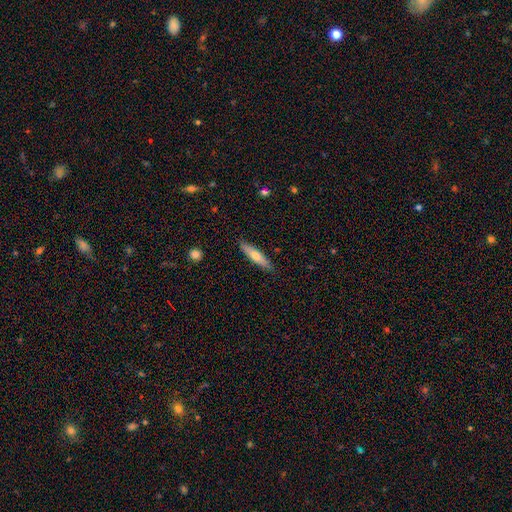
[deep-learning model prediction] smooth-or-featured: smooth: 59% | featured or disk: 36% | star or artifact: 6%
  how-rounded: cigar-shaped: 77% | in between: 21% | round: 2%
  merging: none: 88% | minor disturbance: 9% | major disturbance: 2% | merger: 1%